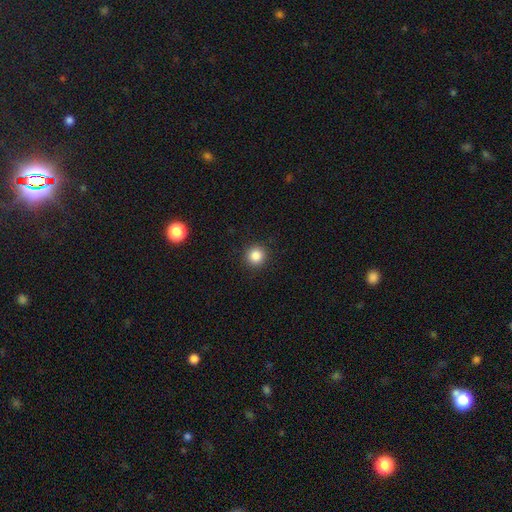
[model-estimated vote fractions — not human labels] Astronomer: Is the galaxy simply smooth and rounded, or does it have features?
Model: smooth — 85%.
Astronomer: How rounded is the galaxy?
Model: round — 94%.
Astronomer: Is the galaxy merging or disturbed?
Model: none — 92%.